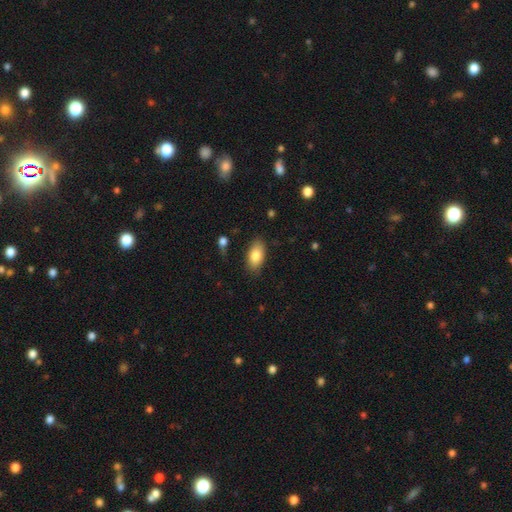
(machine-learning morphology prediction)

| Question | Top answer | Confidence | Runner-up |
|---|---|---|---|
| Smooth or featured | smooth | 82% | featured or disk (11%) |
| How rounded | in between | 92% | round (4%) |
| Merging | none | 83% | minor disturbance (12%) |